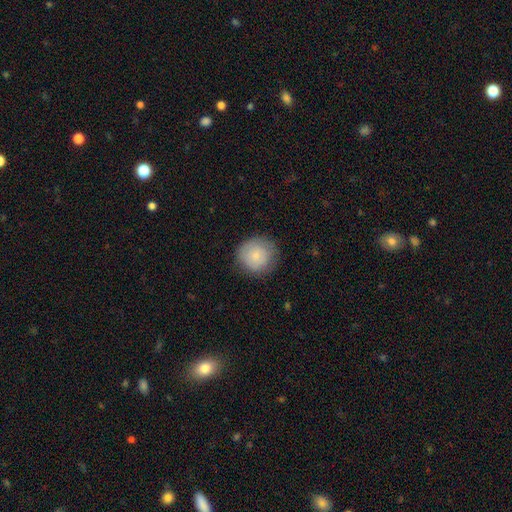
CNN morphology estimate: A smooth galaxy with no disk features (82%) that is round (90%).

Vote fractions:
- Smooth or featured? smooth: 82% / featured or disk: 11% / star or artifact: 7%
- How rounded? round: 90% / in between: 9% / cigar-shaped: 1%
- Merging? none: 80% / minor disturbance: 15% / major disturbance: 4% / merger: 1%